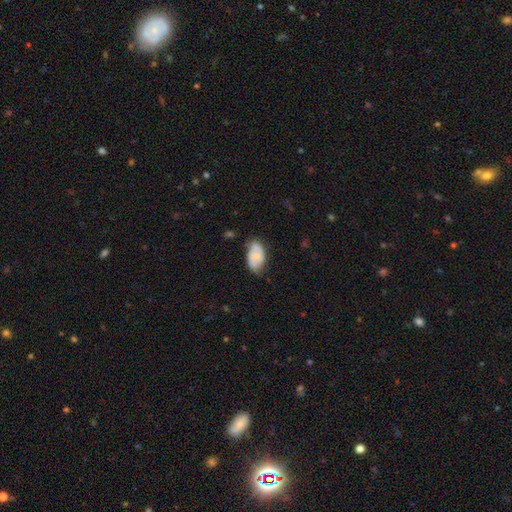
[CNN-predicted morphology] Smooth or featured? Predicted: smooth (p=0.63). How rounded? Predicted: in between (p=0.93). Merging? Predicted: none (p=0.62).